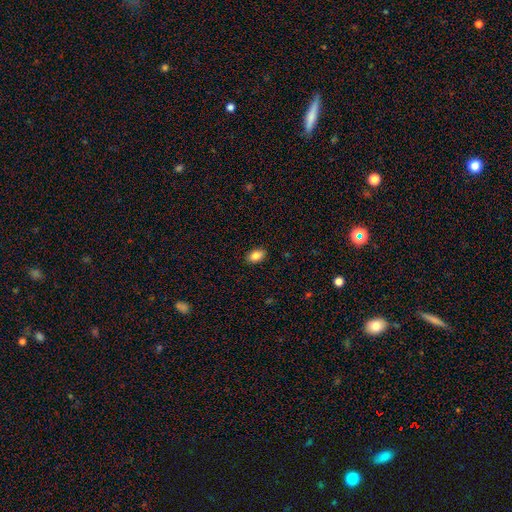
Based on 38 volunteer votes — smooth_or_featured: smooth (p=0.84) [alt: featured or disk p=0.16]
how_rounded: in between (p=0.94) [alt: round p=0.03]
merging: none (p=0.89) [alt: minor disturbance p=0.05]